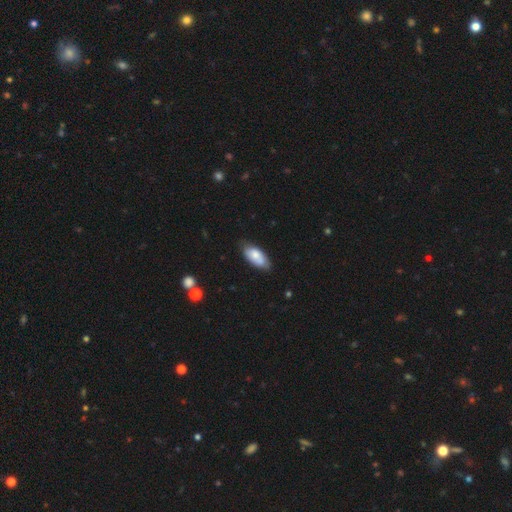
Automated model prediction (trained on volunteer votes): Smooth or featured: smooth — 72% (featured or disk — 21%)
How rounded: in between — 90% (cigar-shaped — 8%)
Merging: none — 69% (minor disturbance — 24%)